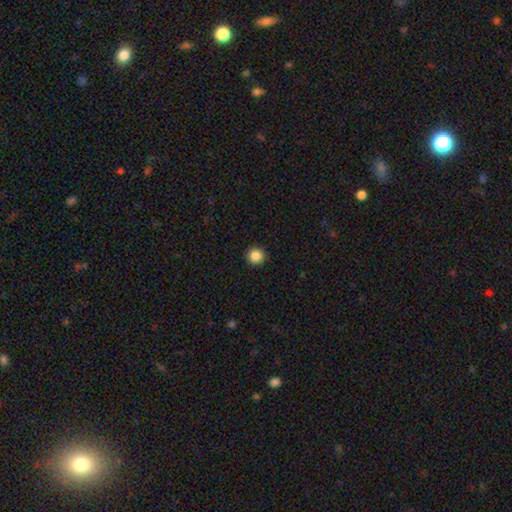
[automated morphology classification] A smooth galaxy with no disk features (87%) that is round (95%).

Vote fractions:
- Smooth or featured? smooth: 87% / star or artifact: 10% / featured or disk: 3%
- How rounded? round: 95% / in between: 4% / cigar-shaped: 1%
- Merging? none: 93% / minor disturbance: 5% / major disturbance: 2% / merger: 1%